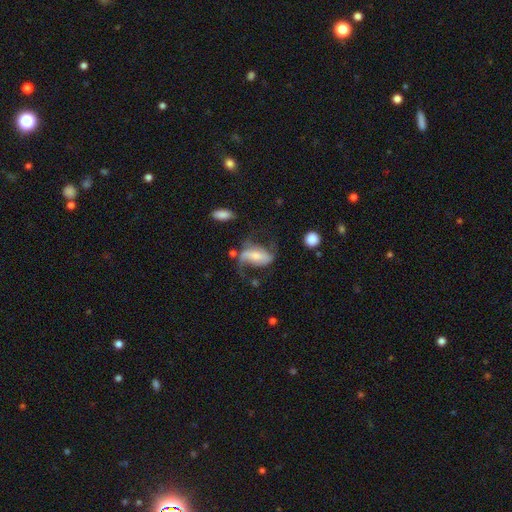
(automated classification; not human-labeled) Morphology: type=featured or disk (56%); edge-on=no (91%); bar=strong (35%); spiral arms=yes (79%); bulge=small (36%, tied with moderate); merging=none (35%).